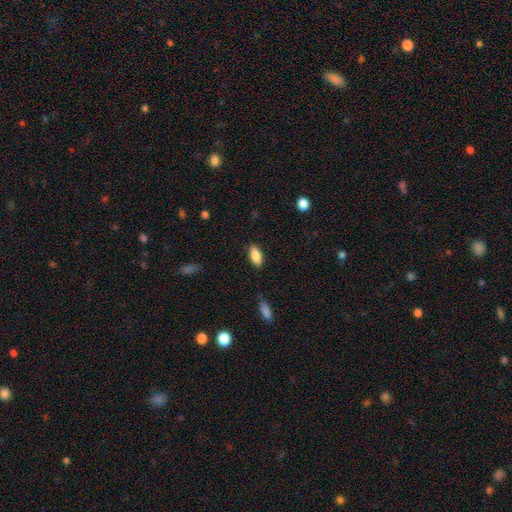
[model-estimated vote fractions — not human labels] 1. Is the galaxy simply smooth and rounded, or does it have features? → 84% smooth, 9% featured or disk, 7% star or artifact.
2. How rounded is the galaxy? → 85% in between, 13% cigar-shaped, 2% round.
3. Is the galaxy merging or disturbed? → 85% none, 11% minor disturbance, 3% major disturbance, 1% merger.